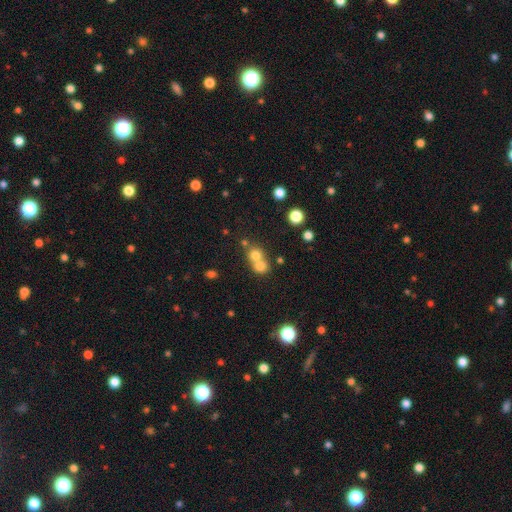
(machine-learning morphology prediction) Smooth or featured? smooth (73%)
How rounded? round (82%)
Merging? merger (59%)